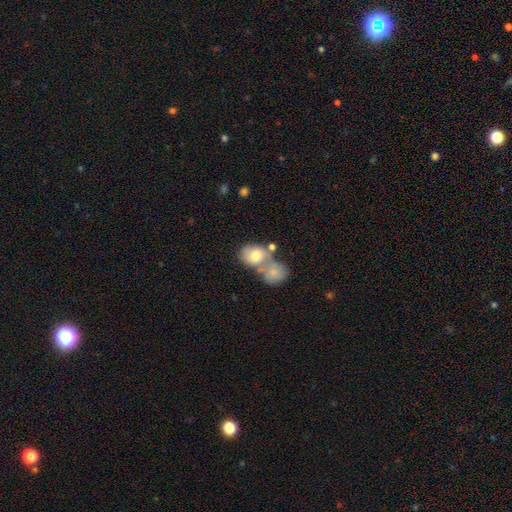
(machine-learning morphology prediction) Q: Smooth or featured?
A: smooth (70%); runner-up: featured or disk (23%)
Q: How rounded?
A: in between (58%); runner-up: round (41%)
Q: Merging?
A: merger (60%); runner-up: none (24%)